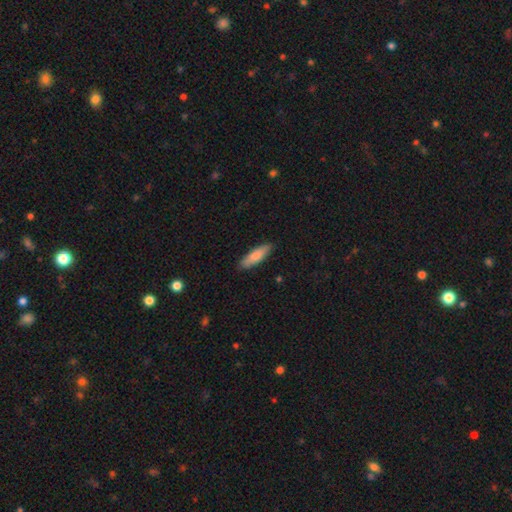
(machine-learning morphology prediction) A smooth galaxy with no disk features (77%) that is cigar-shaped (64%). Merging: none (88%).